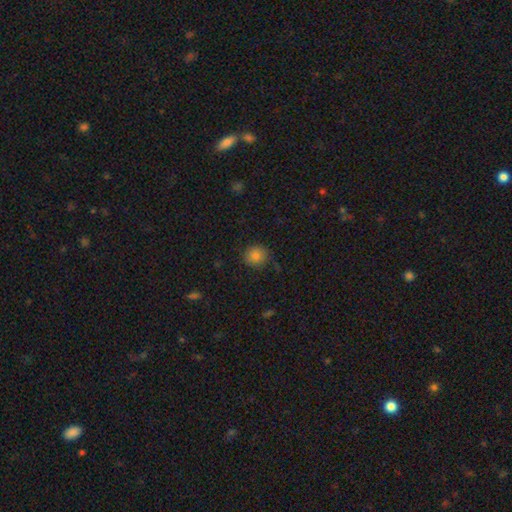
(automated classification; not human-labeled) Smooth or featured: smooth — 80% (star or artifact — 11%)
How rounded: round — 89% (in between — 10%)
Merging: none — 82% (minor disturbance — 14%)